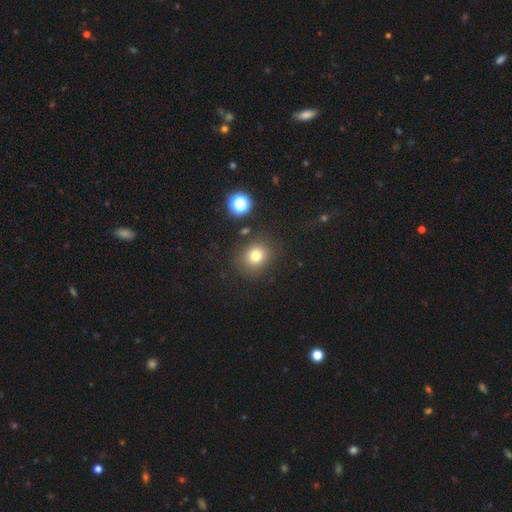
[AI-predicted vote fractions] This appears to be a smooth galaxy with no disk features (78%) that is round (78%). Merging: none (82%).